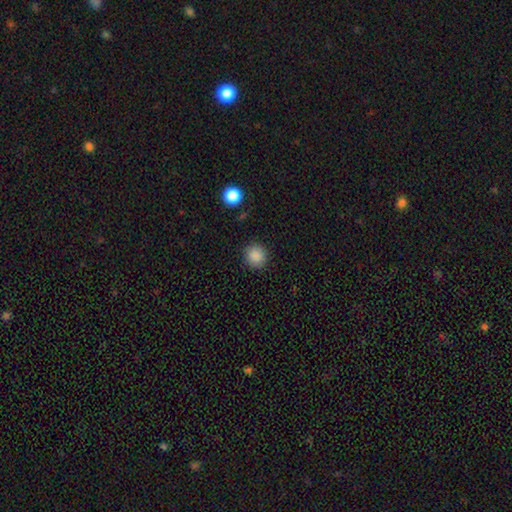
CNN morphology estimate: smooth_or_featured: smooth (p=0.87) [alt: star or artifact p=0.11]
how_rounded: round (p=0.93) [alt: in between p=0.06]
merging: none (p=0.90) [alt: minor disturbance p=0.06]